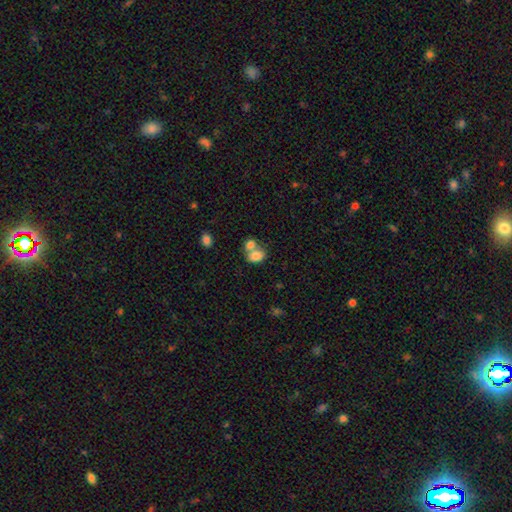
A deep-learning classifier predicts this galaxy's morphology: Smooth or featured: smooth — 80% (featured or disk — 11%)
How rounded: in between — 76% (round — 23%)
Merging: merger — 57% (none — 29%)